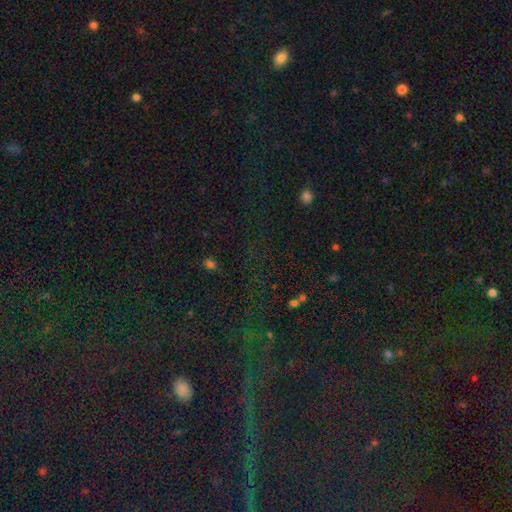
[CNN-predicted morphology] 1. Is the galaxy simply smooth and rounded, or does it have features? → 80% star or artifact, 12% smooth, 8% featured or disk.